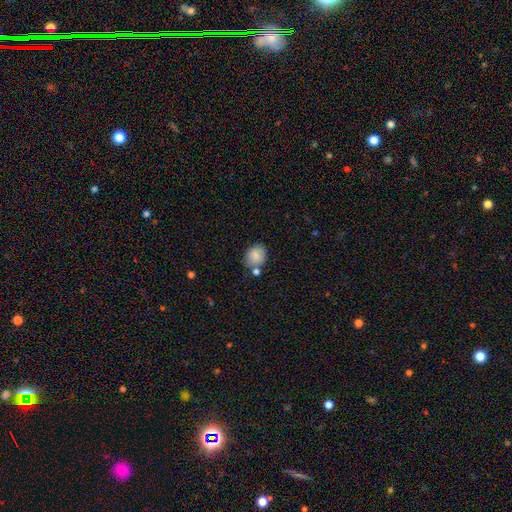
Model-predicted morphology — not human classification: smooth-or-featured: smooth: 85% | star or artifact: 8% | featured or disk: 8%
  how-rounded: round: 58% | in between: 41% | cigar-shaped: 1%
  merging: none: 64% | minor disturbance: 16% | merger: 15% | major disturbance: 4%